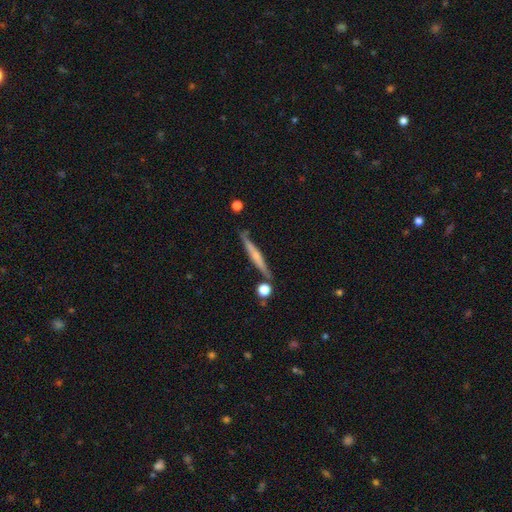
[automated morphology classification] featured or disk 55%, smooth 38%, star or artifact 6%. Down the decision tree: edge-on disk — yes (95%); edge-on bulge — rounded (50%); merging — none (79%).